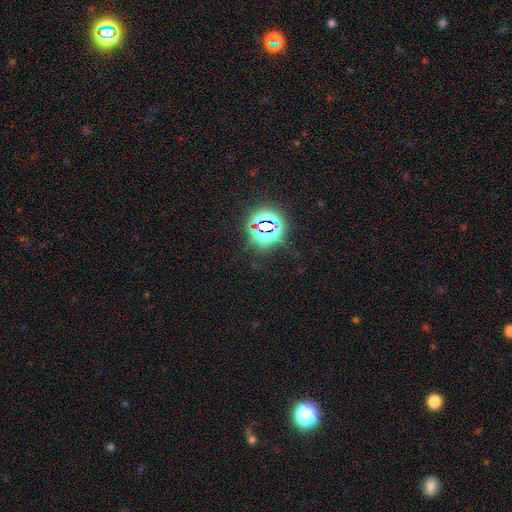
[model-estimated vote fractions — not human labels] A star or artifact, not a galaxy (78%).